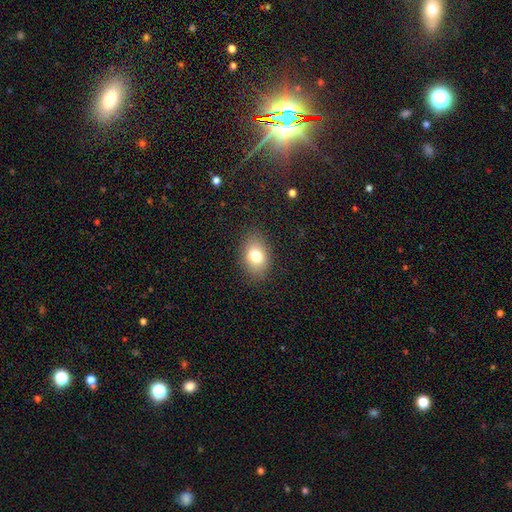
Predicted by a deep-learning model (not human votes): Overall: smooth (77%). How rounded: in between (79%). Merging: none (84%).